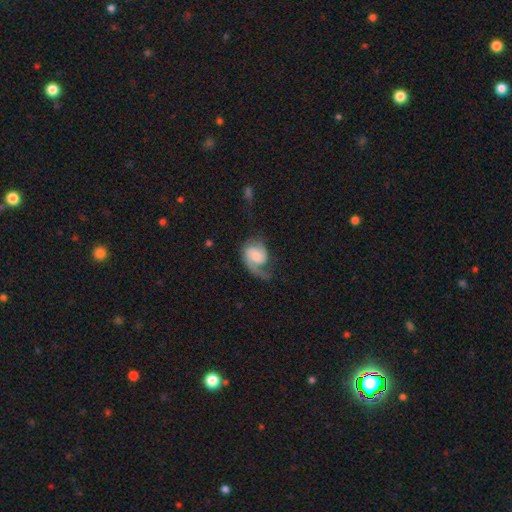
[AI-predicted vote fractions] featured or disk 70%, smooth 23%, star or artifact 6%. Down the decision tree: edge-on disk — no (97%); bar — no (61%); spiral arms — yes (93%); spiral arm count — 1 (57%); spiral winding — medium (40%); bulge size — small (40%); merging — none (41%).